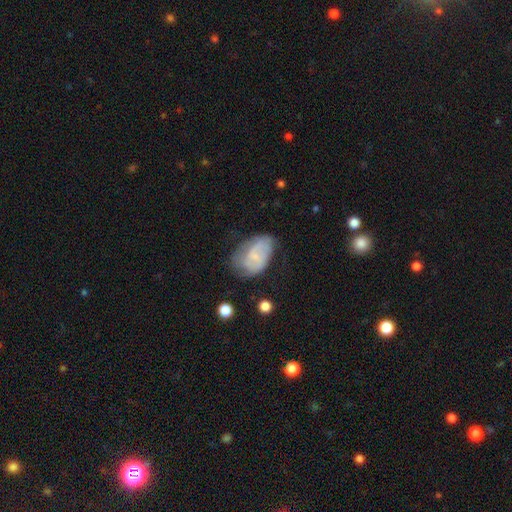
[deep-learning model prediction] Smooth or featured?
  - smooth: 49% *
  - featured or disk: 42%
  - star or artifact: 8%
Merging?
  - none: 42% *
  - minor disturbance: 36%
  - major disturbance: 19%
  - merger: 3%